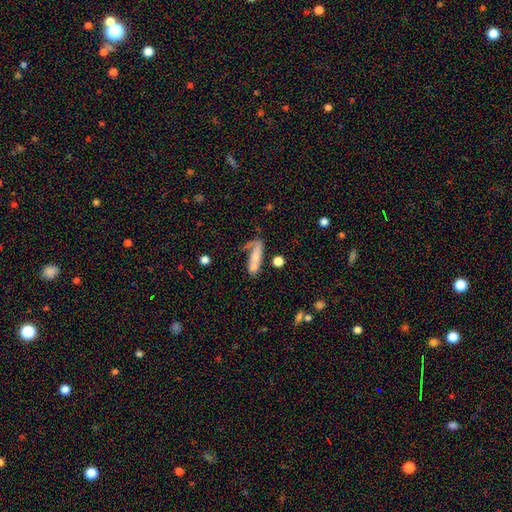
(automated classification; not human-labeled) Smooth or featured: smooth — 57% (featured or disk — 33%)
How rounded: cigar-shaped — 48% (in between — 47%)
Merging: merger — 36% (none — 27%)